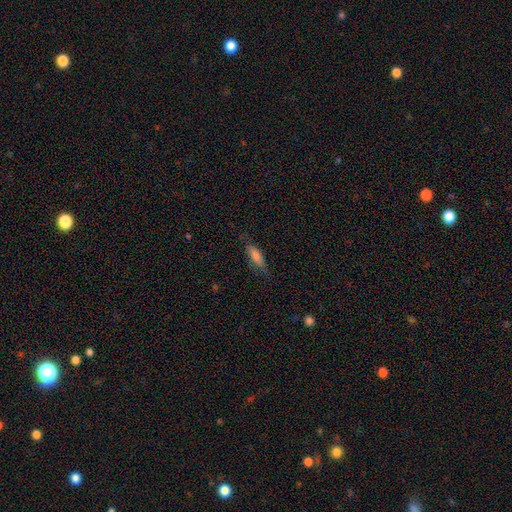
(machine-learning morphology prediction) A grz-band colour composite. It shows a smooth galaxy with no disk features (70%) that is cigar-shaped (49%, tied with in between). Merging: none (74%).